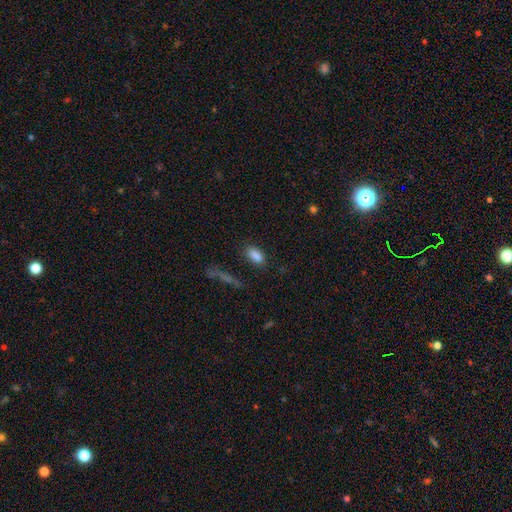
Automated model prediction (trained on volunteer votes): Smooth or featured: smooth — 85% (star or artifact — 10%)
How rounded: in between — 86% (cigar-shaped — 9%)
Merging: none — 81% (minor disturbance — 12%)